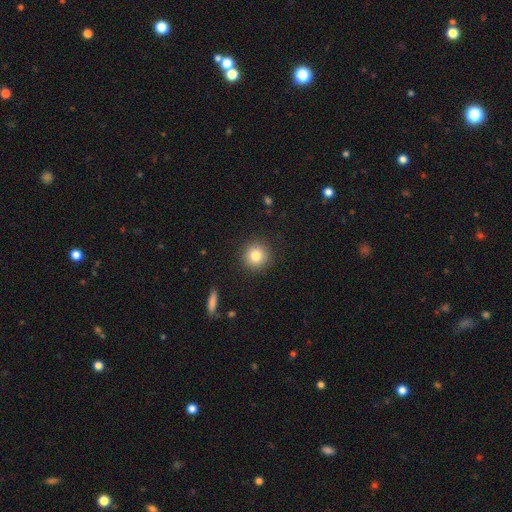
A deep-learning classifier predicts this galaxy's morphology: smooth_or_featured: smooth (p=0.82) [alt: star or artifact p=0.10]
how_rounded: round (p=0.94) [alt: in between p=0.05]
merging: none (p=0.90) [alt: minor disturbance p=0.06]